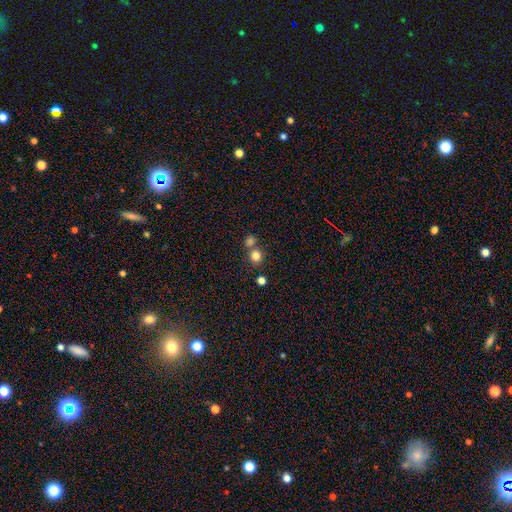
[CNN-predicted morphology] A smooth galaxy with no disk features (80%) that is round (87%). Merging: none (62%).